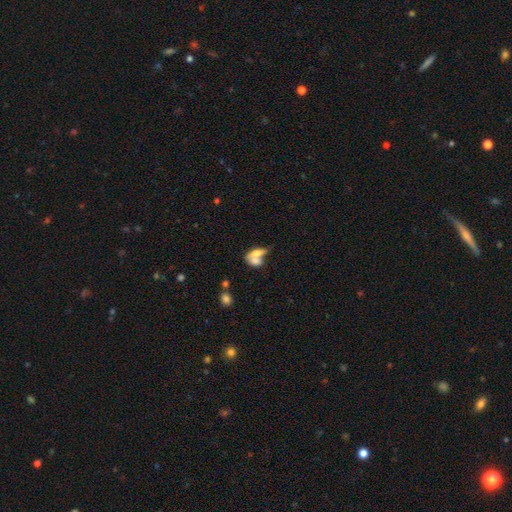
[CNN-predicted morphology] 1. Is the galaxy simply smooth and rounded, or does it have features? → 63% smooth, 28% featured or disk, 9% star or artifact.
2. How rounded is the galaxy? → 72% in between, 15% round, 12% cigar-shaped.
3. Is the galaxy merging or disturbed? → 64% merger, 19% none, 8% minor disturbance, 8% major disturbance.